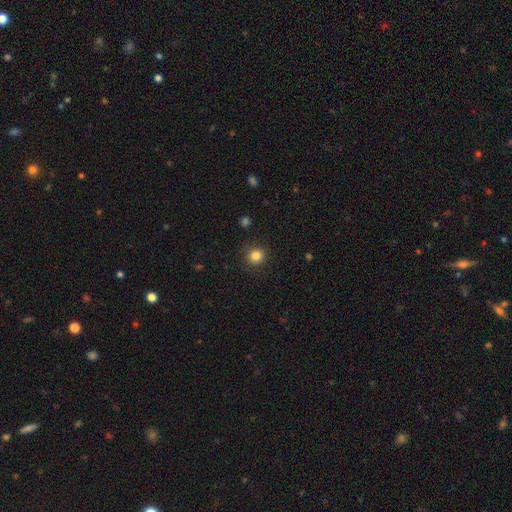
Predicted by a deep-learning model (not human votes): smooth-or-featured: smooth: 84% | star or artifact: 12% | featured or disk: 4%
  how-rounded: round: 90% | in between: 9% | cigar-shaped: 1%
  merging: none: 90% | minor disturbance: 7% | major disturbance: 2% | merger: 1%